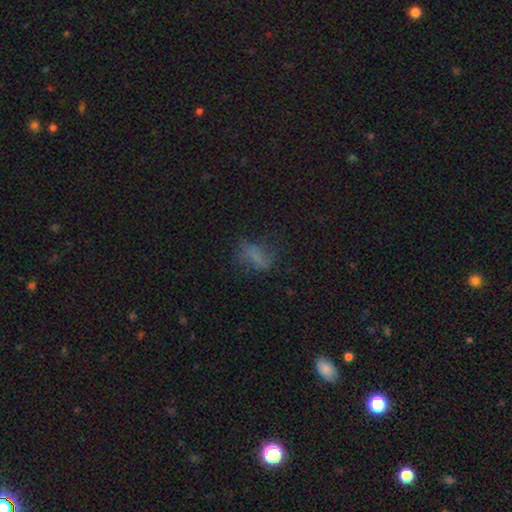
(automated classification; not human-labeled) Smooth or featured?
  - smooth: 55% *
  - featured or disk: 26%
  - star or artifact: 19%
How rounded?
  - in between: 78% *
  - round: 14%
  - cigar-shaped: 8%
Merging?
  - none: 53% *
  - minor disturbance: 23%
  - major disturbance: 21%
  - merger: 3%